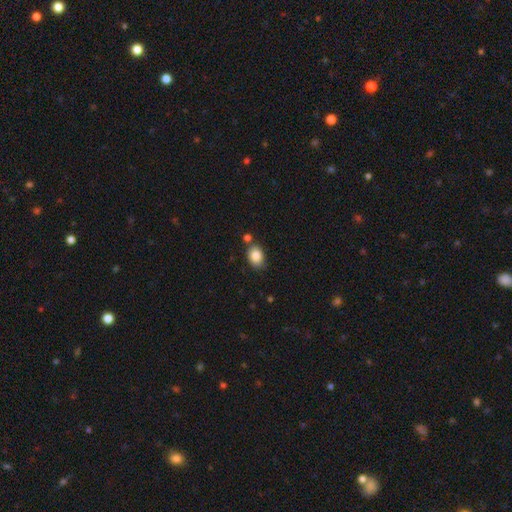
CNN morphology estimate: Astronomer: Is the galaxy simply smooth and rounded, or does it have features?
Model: smooth — 85%.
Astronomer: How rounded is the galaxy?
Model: in between — 75%.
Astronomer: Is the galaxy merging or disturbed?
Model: none — 73%.